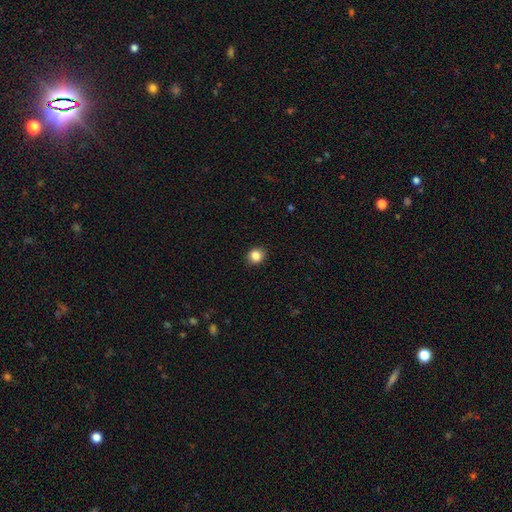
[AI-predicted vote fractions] Smooth or featured? Predicted: smooth (p=0.86). How rounded? Predicted: round (p=0.79). Merging? Predicted: none (p=0.90).